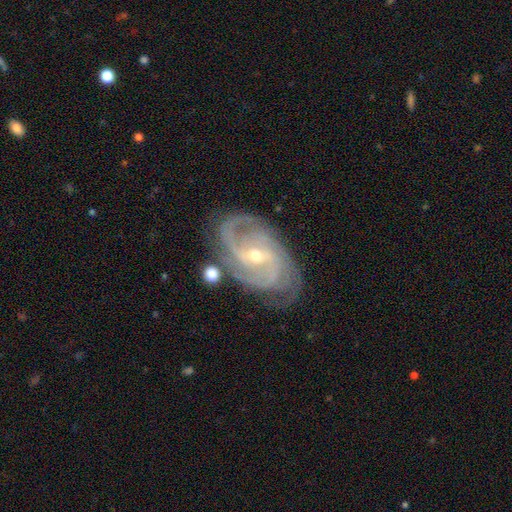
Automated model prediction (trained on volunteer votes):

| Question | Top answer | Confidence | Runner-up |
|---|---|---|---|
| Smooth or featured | featured or disk | 90% | star or artifact (5%) |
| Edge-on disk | no | 96% | yes (4%) |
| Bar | weak | 45% | no (31%) |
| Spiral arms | yes | 98% | no (2%) |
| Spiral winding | tight | 54% | medium (38%) |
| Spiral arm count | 3 | 34% | 4 (21%) |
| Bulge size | small | 60% | moderate (37%) |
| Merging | none | 72% | minor disturbance (18%) |